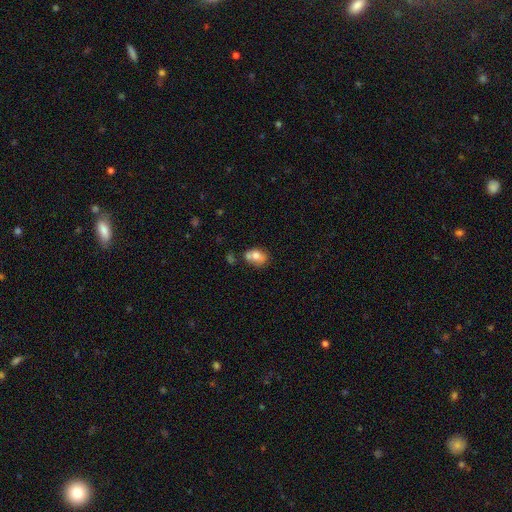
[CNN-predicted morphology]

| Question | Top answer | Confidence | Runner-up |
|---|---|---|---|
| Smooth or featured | smooth | 71% | featured or disk (20%) |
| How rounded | in between | 78% | round (20%) |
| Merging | none | 46% | merger (26%) |